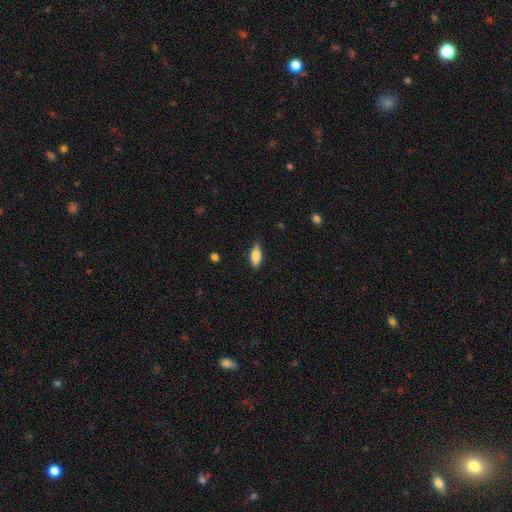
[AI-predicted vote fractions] Smooth or featured? Predicted: smooth (p=0.82). How rounded? Predicted: in between (p=0.79). Merging? Predicted: none (p=0.82).